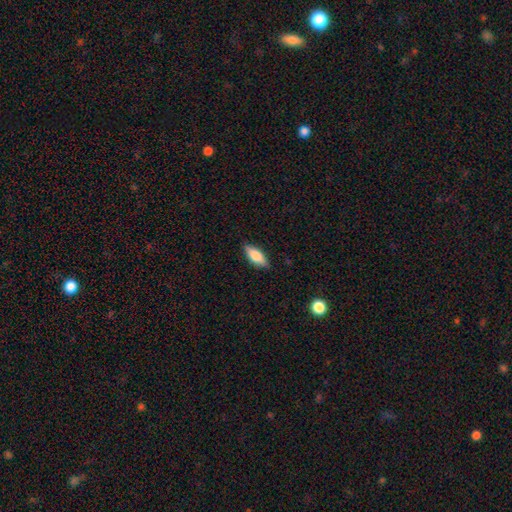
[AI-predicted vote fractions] This appears to be a smooth galaxy with no disk features (76%) that is in between round and cigar-shaped (73%). Merging: none (85%).